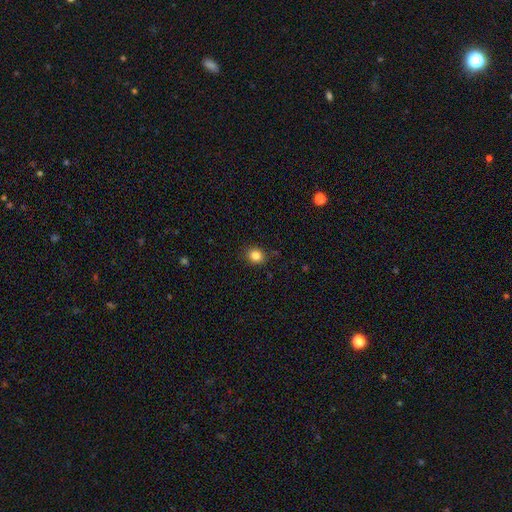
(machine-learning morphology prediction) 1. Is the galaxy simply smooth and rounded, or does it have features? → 84% smooth, 11% star or artifact, 5% featured or disk.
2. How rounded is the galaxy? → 78% round, 21% in between, 1% cigar-shaped.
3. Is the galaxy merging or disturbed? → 87% none, 10% minor disturbance, 2% major disturbance, 1% merger.